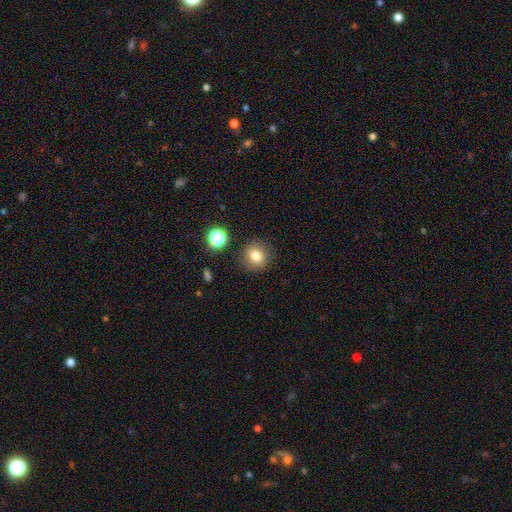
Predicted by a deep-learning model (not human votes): Overall: smooth (80%). How rounded: round (85%). Merging: none (86%).